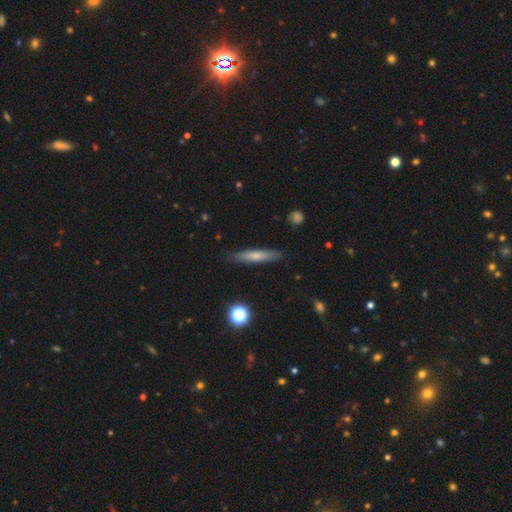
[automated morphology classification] smooth 63%, featured or disk 30%, star or artifact 7%. Down the decision tree: how rounded — cigar-shaped (89%); merging — none (87%).